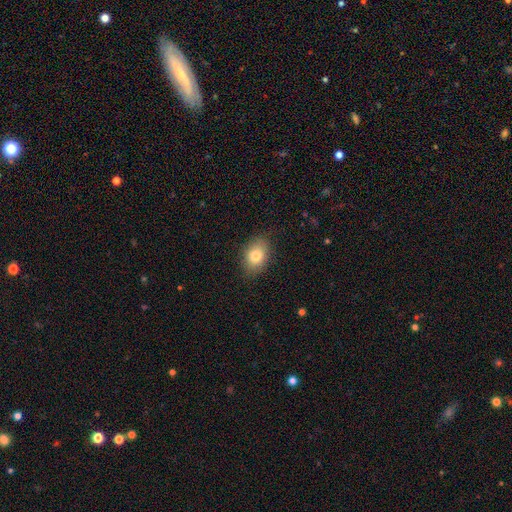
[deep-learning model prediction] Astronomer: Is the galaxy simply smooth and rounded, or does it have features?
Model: smooth — 79%.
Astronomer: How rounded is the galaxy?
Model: in between — 73%.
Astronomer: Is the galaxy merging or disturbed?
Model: none — 85%.